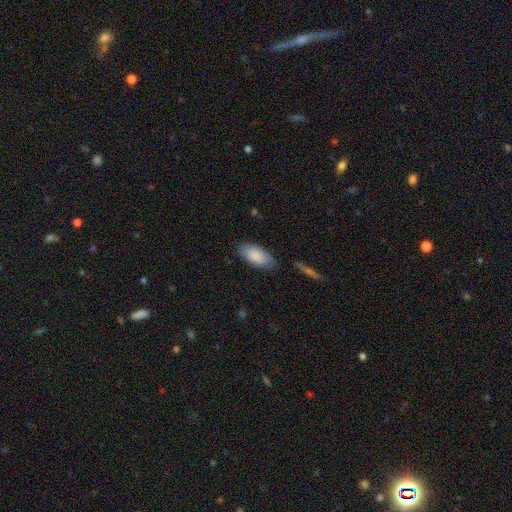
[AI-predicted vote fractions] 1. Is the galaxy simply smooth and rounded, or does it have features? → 87% smooth, 7% featured or disk, 6% star or artifact.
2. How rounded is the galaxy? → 92% in between, 6% cigar-shaped, 2% round.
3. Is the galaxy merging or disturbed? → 78% none, 16% minor disturbance, 4% major disturbance, 2% merger.